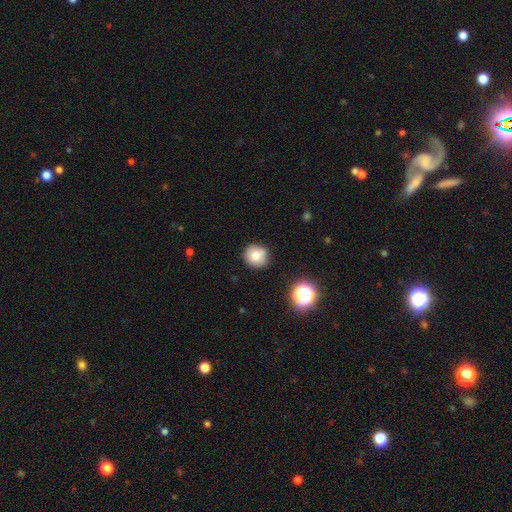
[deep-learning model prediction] Smooth or featured: smooth — 75% (featured or disk — 13%)
How rounded: round — 91% (in between — 8%)
Merging: none — 80% (minor disturbance — 12%)